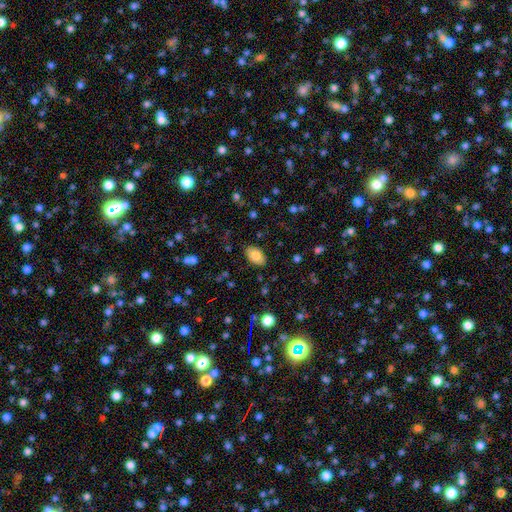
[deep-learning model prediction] A smooth galaxy with no disk features (81%) that is in between round and cigar-shaped (92%).

Vote fractions:
- Smooth or featured? smooth: 81% / featured or disk: 11% / star or artifact: 8%
- How rounded? in between: 92% / round: 7% / cigar-shaped: 1%
- Merging? none: 85% / minor disturbance: 11% / major disturbance: 2% / merger: 1%